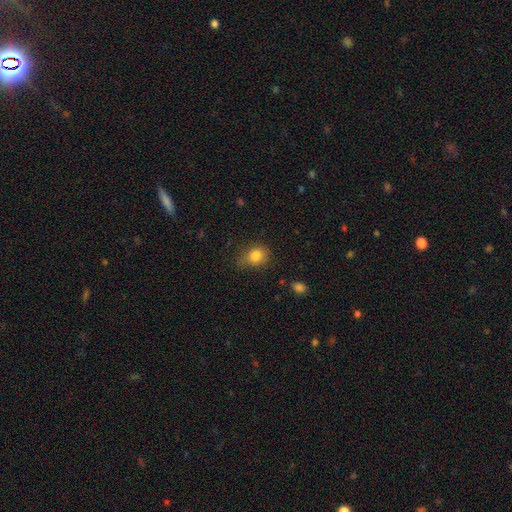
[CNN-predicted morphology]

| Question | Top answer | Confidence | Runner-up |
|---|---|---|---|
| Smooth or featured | smooth | 82% | star or artifact (11%) |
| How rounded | round | 61% | in between (38%) |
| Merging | none | 62% | minor disturbance (28%) |